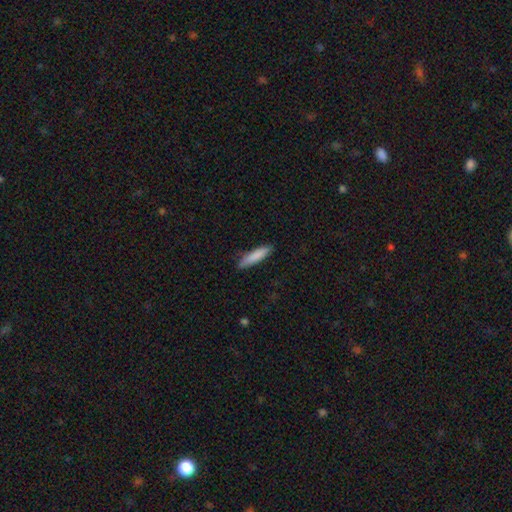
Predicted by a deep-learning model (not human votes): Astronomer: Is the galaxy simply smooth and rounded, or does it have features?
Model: smooth — 84%.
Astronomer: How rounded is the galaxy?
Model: cigar-shaped — 82%.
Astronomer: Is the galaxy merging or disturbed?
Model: none — 85%.